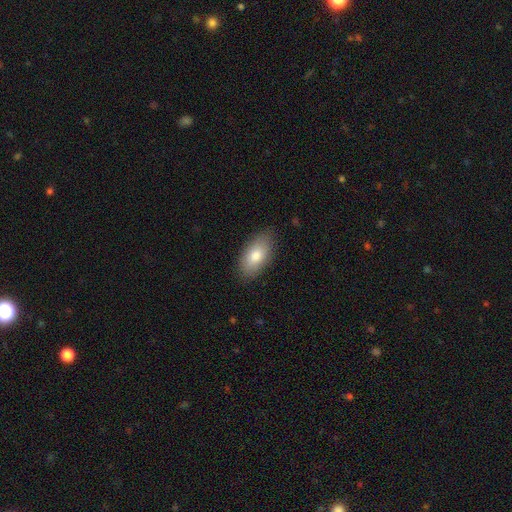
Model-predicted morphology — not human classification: Q: Smooth or featured?
A: smooth (80%); runner-up: featured or disk (13%)
Q: How rounded?
A: in between (91%); runner-up: cigar-shaped (5%)
Q: Merging?
A: none (84%); runner-up: minor disturbance (12%)